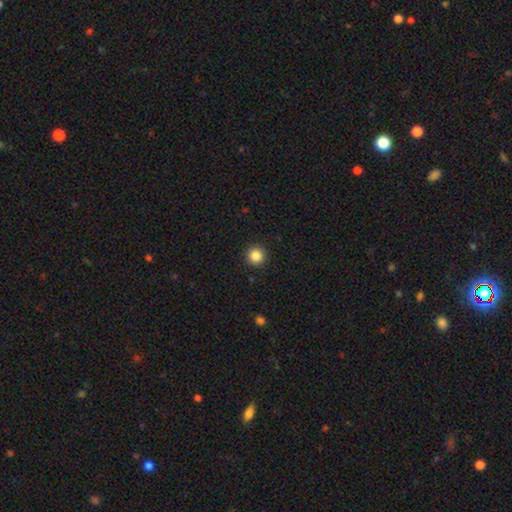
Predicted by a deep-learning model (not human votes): This appears to be a smooth galaxy with no disk features (85%) that is round (95%). Merging: none (93%).